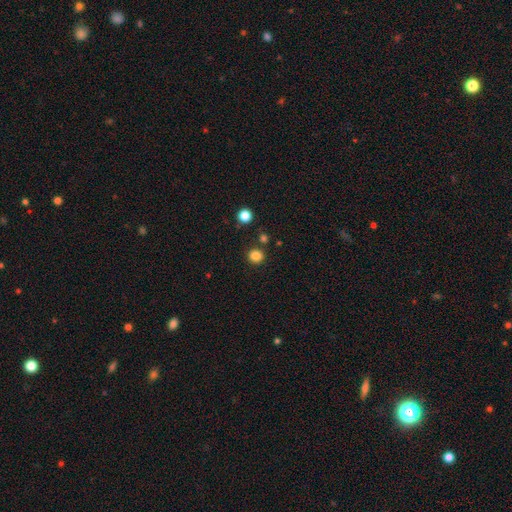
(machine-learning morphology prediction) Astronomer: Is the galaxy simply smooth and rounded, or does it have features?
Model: smooth — 84%.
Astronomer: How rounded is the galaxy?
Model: round — 90%.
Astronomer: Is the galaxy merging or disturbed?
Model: none — 87%.